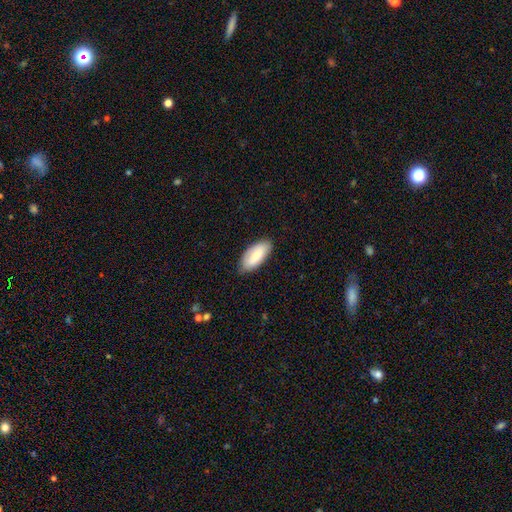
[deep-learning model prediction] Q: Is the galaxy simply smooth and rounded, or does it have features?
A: smooth — 73%.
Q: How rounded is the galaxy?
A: in between — 91%.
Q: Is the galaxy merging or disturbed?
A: none — 84%.